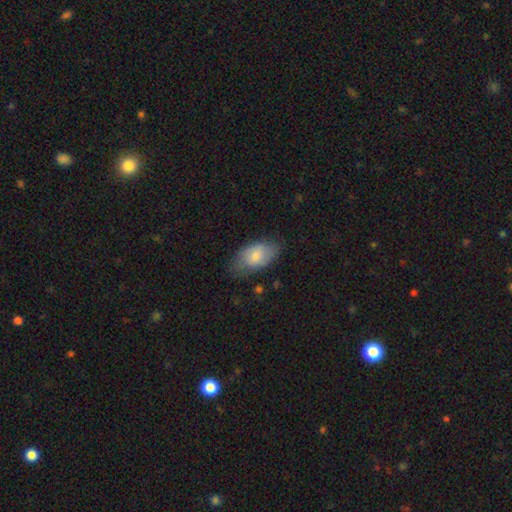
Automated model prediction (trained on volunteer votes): Overall: smooth (77%). How rounded: in between (93%). Merging: none (67%).